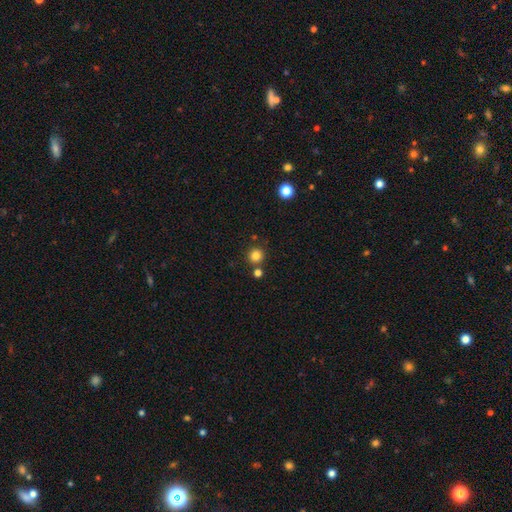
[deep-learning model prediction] Q: Smooth or featured?
A: smooth (83%); runner-up: star or artifact (12%)
Q: How rounded?
A: round (93%); runner-up: in between (6%)
Q: Merging?
A: none (80%); runner-up: merger (10%)